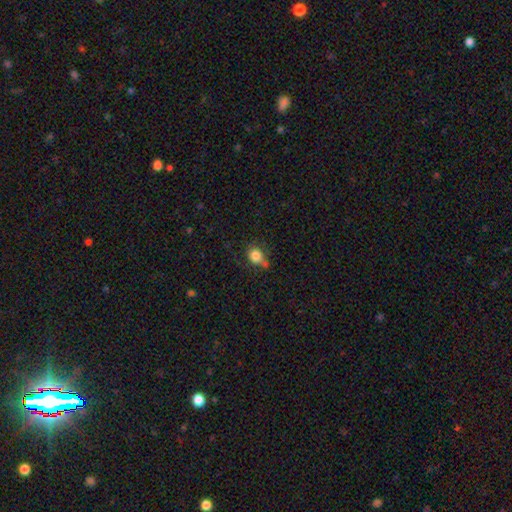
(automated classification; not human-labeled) Q: Smooth or featured?
A: smooth (82%); runner-up: star or artifact (11%)
Q: How rounded?
A: round (67%); runner-up: in between (32%)
Q: Merging?
A: none (53%); runner-up: minor disturbance (27%)